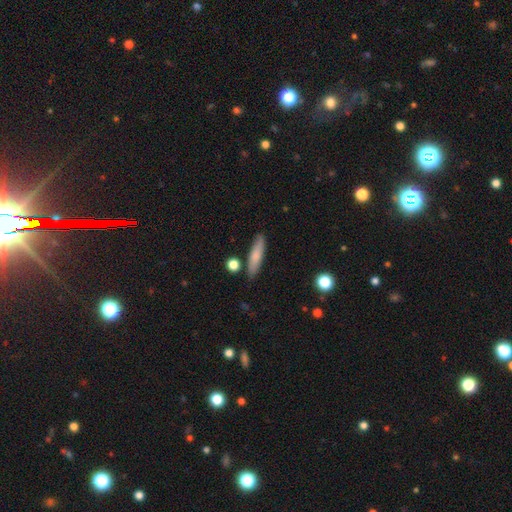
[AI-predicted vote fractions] This is likely a smooth galaxy (75%). How rounded: likely cigar-shaped (79%). Merging: clearly none (83%).